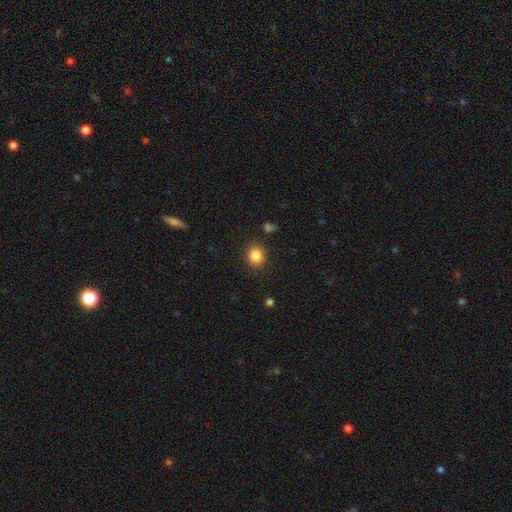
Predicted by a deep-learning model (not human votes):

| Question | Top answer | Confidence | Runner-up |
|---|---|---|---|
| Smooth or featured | smooth | 85% | star or artifact (10%) |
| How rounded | round | 75% | in between (24%) |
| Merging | none | 88% | minor disturbance (8%) |